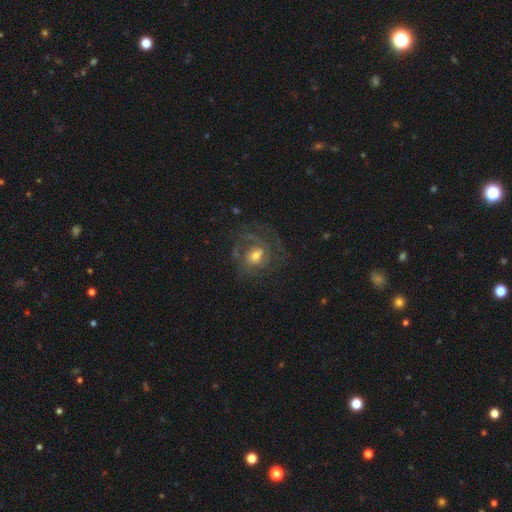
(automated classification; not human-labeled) smooth_or_featured: featured or disk (p=0.72) [alt: smooth p=0.19]
disk_edge_on: no (p=0.97) [alt: yes p=0.03]
bar: no (p=0.52) [alt: weak p=0.39]
has_spiral_arms: yes (p=0.86) [alt: no p=0.14]
spiral_winding: tight (p=0.47) [alt: medium p=0.39]
spiral_arm_count: can't tell (p=0.35) [alt: 2 p=0.27]
bulge_size: moderate (p=0.59) [alt: small p=0.29]
merging: none (p=0.62) [alt: major disturbance p=0.18]